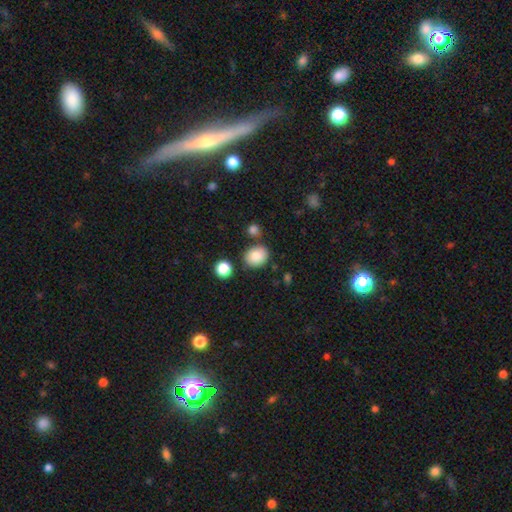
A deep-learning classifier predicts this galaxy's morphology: The model was most divided on "how rounded": round: 62%, in between: 37%, cigar-shaped: 1%. More confident: smooth or featured — smooth (85%); merging — none (77%).